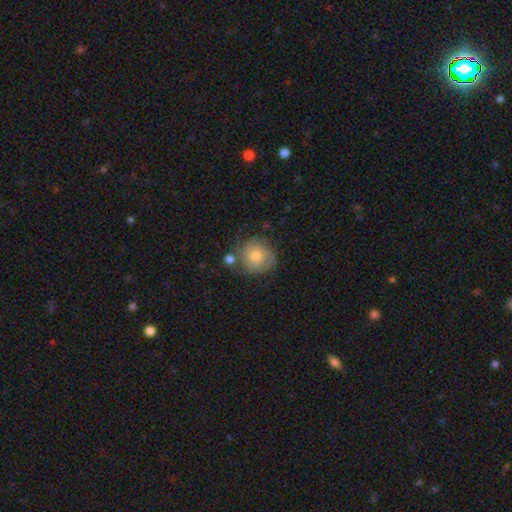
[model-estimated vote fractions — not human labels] The model was most divided on "smooth or featured": smooth: 51%, featured or disk: 41%, star or artifact: 8%. More confident: how rounded — round (88%); merging — none (64%).